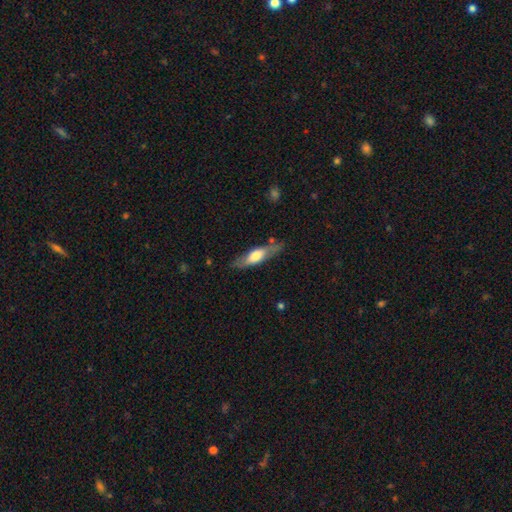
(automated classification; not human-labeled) smooth-or-featured: smooth: 48% | featured or disk: 47% | star or artifact: 5%
  merging: none: 76% | minor disturbance: 17% | major disturbance: 4% | merger: 2%